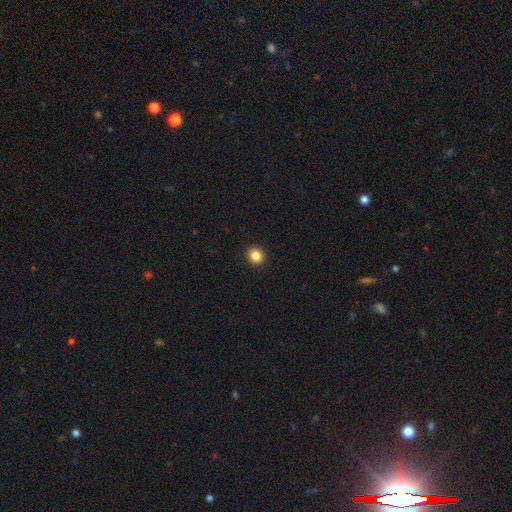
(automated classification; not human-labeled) smooth-or-featured: smooth: 86% | star or artifact: 11% | featured or disk: 4%
  how-rounded: round: 84% | in between: 15% | cigar-shaped: 1%
  merging: none: 93% | minor disturbance: 5% | major disturbance: 2% | merger: 1%